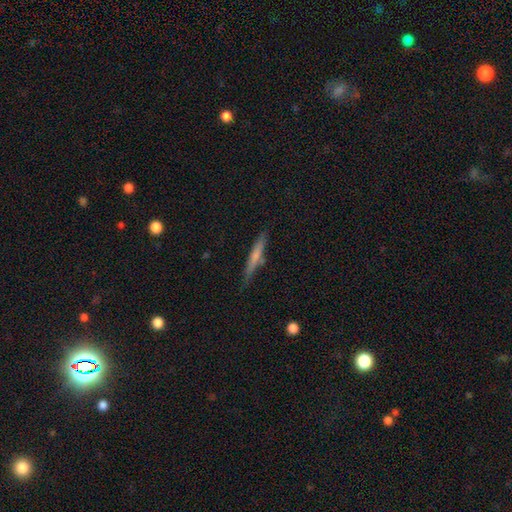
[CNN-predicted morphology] Smooth or featured? smooth (58%)
How rounded? cigar-shaped (93%)
Merging? none (76%)